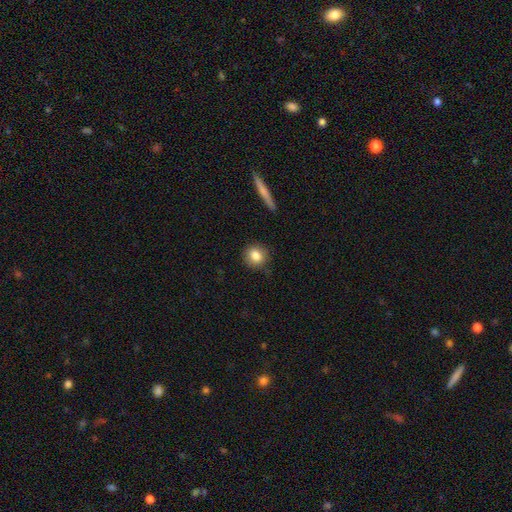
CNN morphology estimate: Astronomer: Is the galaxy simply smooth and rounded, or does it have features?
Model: smooth — 83%.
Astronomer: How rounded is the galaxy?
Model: round — 85%.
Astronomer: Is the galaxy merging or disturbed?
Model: none — 86%.